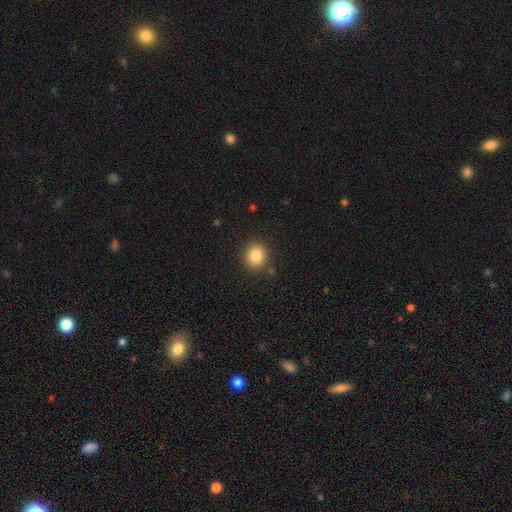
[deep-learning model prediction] A smooth galaxy with no disk features (84%) that is round (78%). Merging: none (87%).